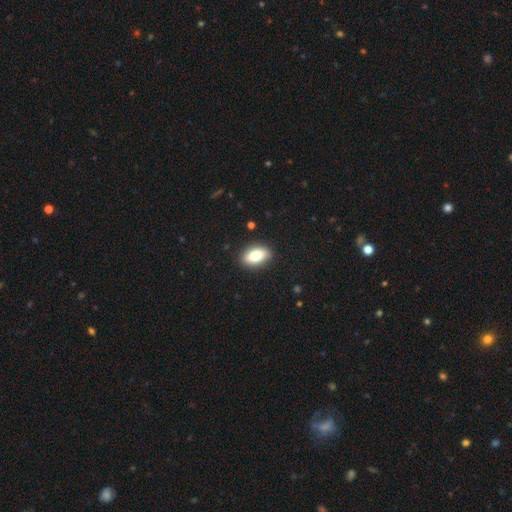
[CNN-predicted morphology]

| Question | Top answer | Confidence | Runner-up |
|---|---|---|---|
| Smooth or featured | smooth | 79% | featured or disk (14%) |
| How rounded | in between | 88% | round (8%) |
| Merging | none | 89% | minor disturbance (8%) |